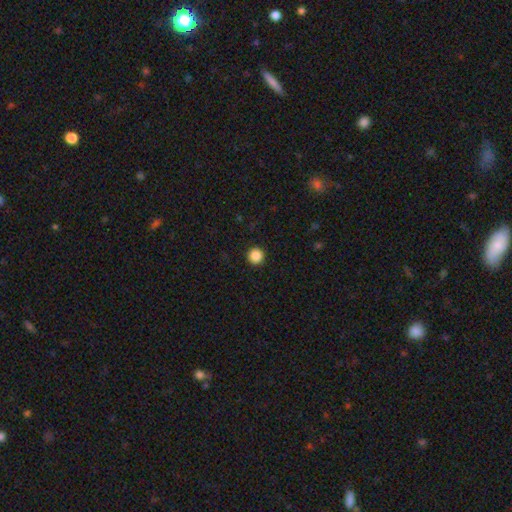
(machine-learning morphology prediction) The model was most divided on "smooth or featured": smooth: 87%, star or artifact: 10%, featured or disk: 3%. More confident: how rounded — round (96%); merging — none (93%).